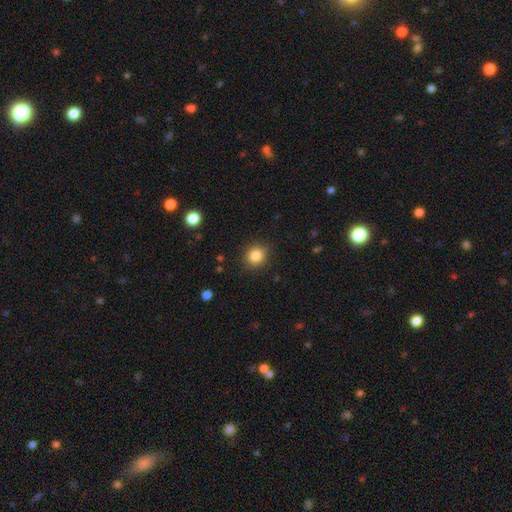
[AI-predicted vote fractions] Smooth or featured?
  - smooth: 84% *
  - star or artifact: 11%
  - featured or disk: 5%
How rounded?
  - round: 80% *
  - in between: 19%
  - cigar-shaped: 1%
Merging?
  - none: 89% *
  - minor disturbance: 7%
  - major disturbance: 2%
  - merger: 1%